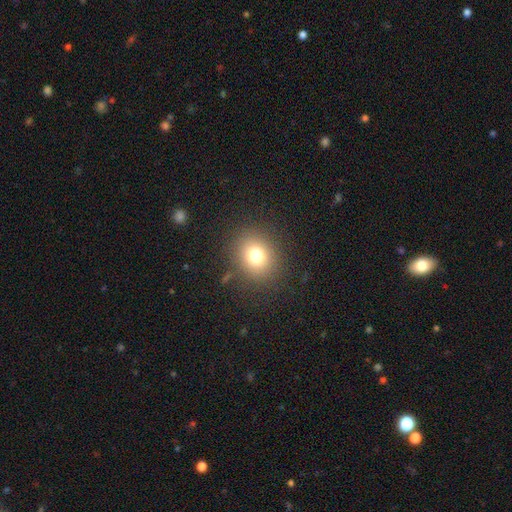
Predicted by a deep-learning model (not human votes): smooth_or_featured: smooth (p=0.75) [alt: star or artifact p=0.15]
how_rounded: round (p=0.76) [alt: in between p=0.23]
merging: none (p=0.86) [alt: minor disturbance p=0.08]